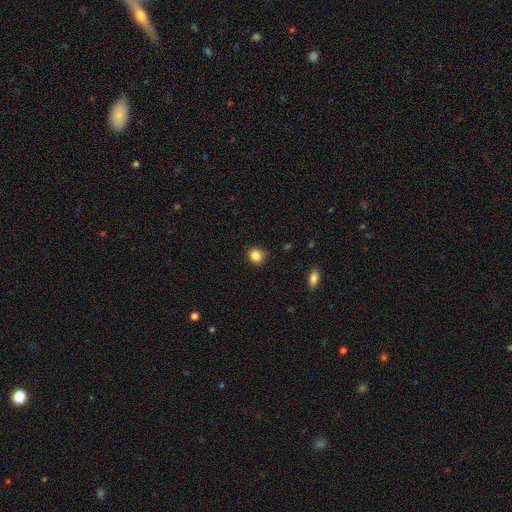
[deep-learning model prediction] Smooth or featured? Predicted: smooth (p=0.85). How rounded? Predicted: round (p=0.80). Merging? Predicted: none (p=0.86).